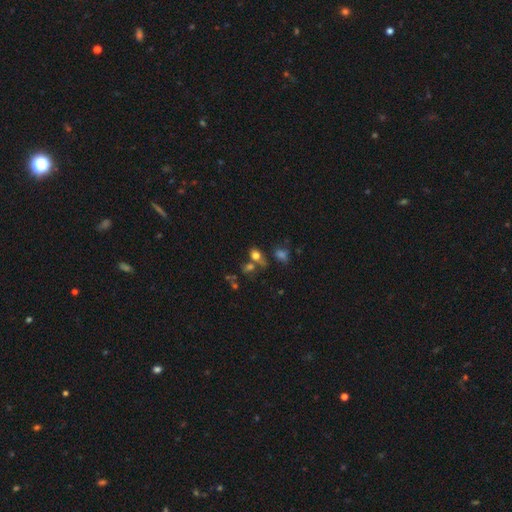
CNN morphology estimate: smooth 70%, star or artifact 18%, featured or disk 12%. Down the decision tree: how rounded — in between (50%); merging — none (48%).